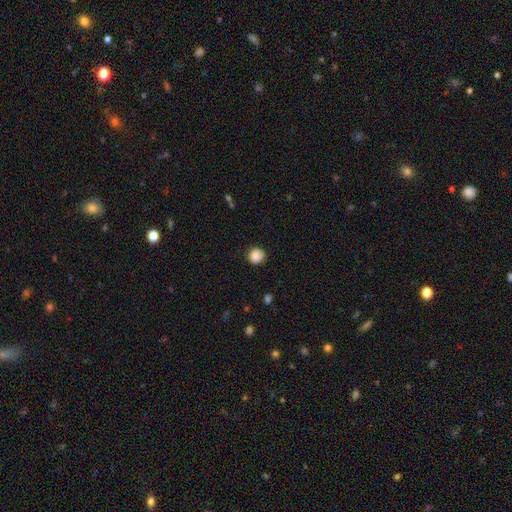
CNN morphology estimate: This is clearly a smooth galaxy (87%). How rounded: clearly round (87%). Merging: clearly none (84%).